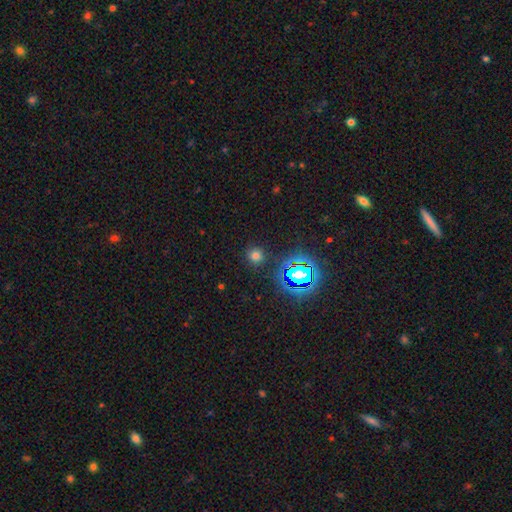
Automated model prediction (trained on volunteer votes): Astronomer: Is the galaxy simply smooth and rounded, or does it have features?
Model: smooth — 66%.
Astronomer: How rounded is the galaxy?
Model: round — 92%.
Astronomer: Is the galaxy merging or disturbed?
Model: none — 88%.